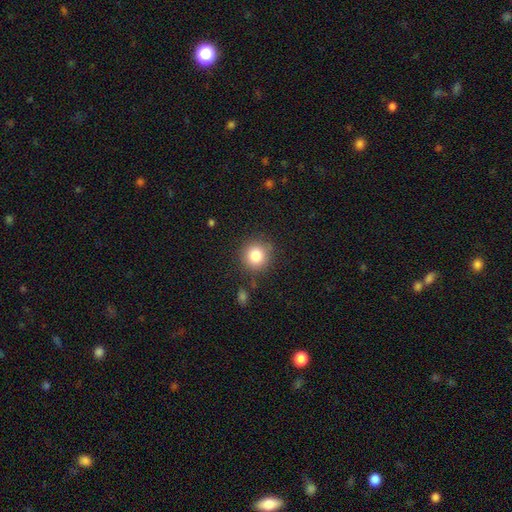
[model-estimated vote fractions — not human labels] Smooth or featured? Predicted: smooth (p=0.82). How rounded? Predicted: round (p=0.91). Merging? Predicted: none (p=0.86).